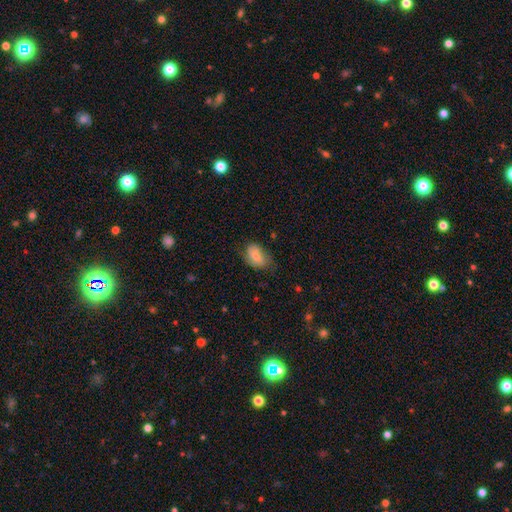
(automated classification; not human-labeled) smooth-or-featured: smooth: 71% | featured or disk: 22% | star or artifact: 7%
  how-rounded: in between: 87% | round: 11% | cigar-shaped: 2%
  merging: none: 56% | minor disturbance: 32% | major disturbance: 11% | merger: 1%